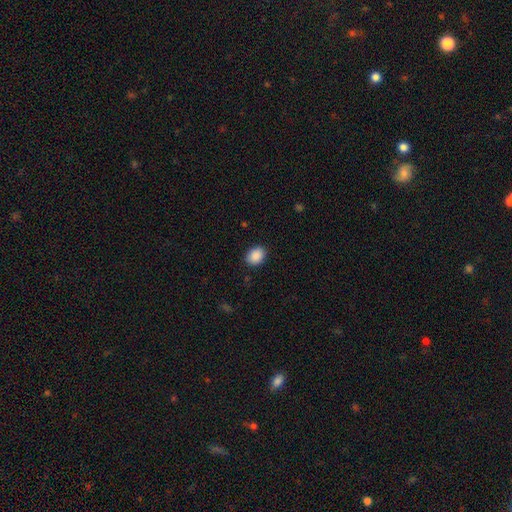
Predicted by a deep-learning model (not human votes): This appears to be a smooth galaxy with no disk features (90%) that is in between round and cigar-shaped (62%). Merging: none (89%).